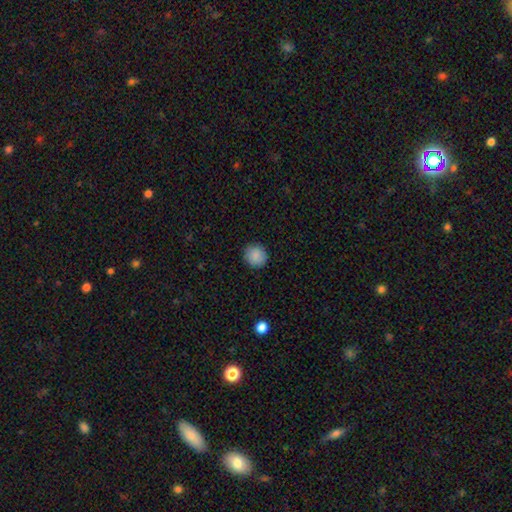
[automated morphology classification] A smooth galaxy with no disk features (88%) that is round (93%). Merging: none (91%).